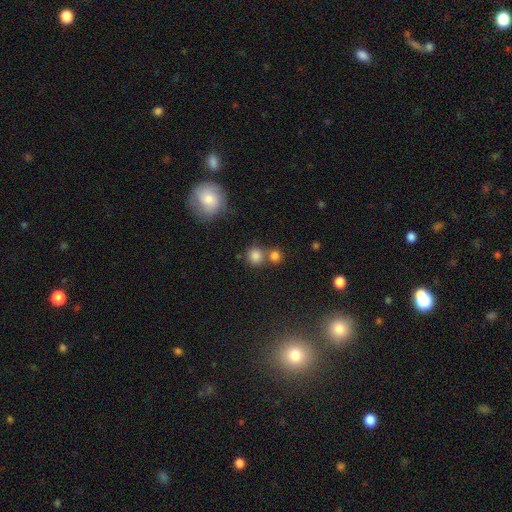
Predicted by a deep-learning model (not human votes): This appears to be a smooth galaxy with no disk features (82%) that is round (86%). Merging: none (58%).